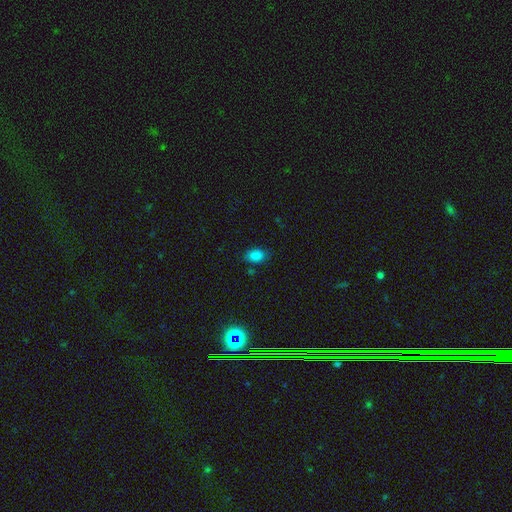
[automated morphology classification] A smooth galaxy with no disk features (84%) that is in between round and cigar-shaped (86%).

Vote fractions:
- Smooth or featured? smooth: 84% / star or artifact: 12% / featured or disk: 4%
- How rounded? in between: 86% / round: 13% / cigar-shaped: 1%
- Merging? none: 78% / minor disturbance: 16% / major disturbance: 4% / merger: 2%